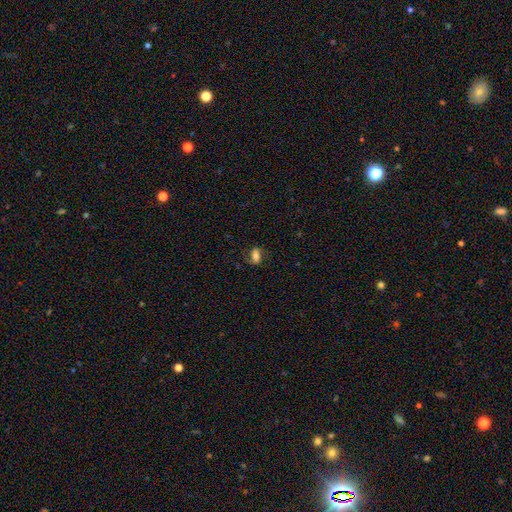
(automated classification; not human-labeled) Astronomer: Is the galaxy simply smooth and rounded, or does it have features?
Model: smooth — 61%.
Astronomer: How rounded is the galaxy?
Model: in between — 83%.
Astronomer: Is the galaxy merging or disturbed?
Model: none — 69%.